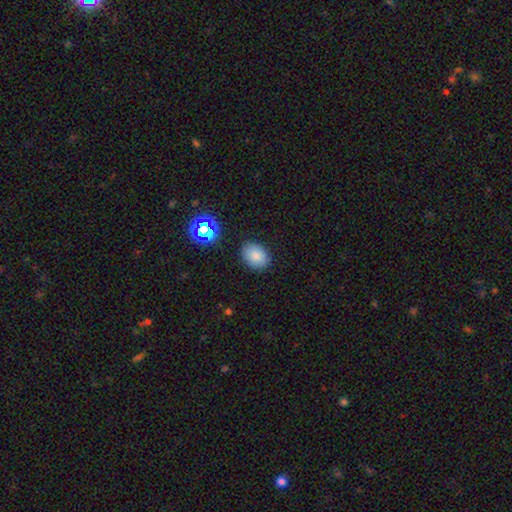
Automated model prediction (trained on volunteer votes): The model was most divided on "how rounded": in between: 71%, round: 28%, cigar-shaped: 1%. More confident: merging — none (85%); smooth or featured — smooth (82%).